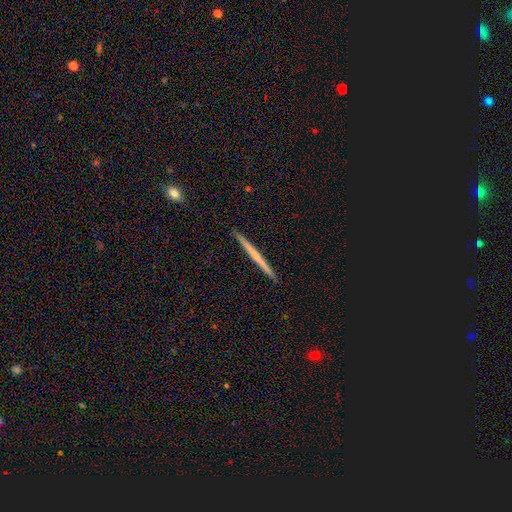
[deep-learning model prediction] A featured or disk galaxy (49%). Merging: none (93%).